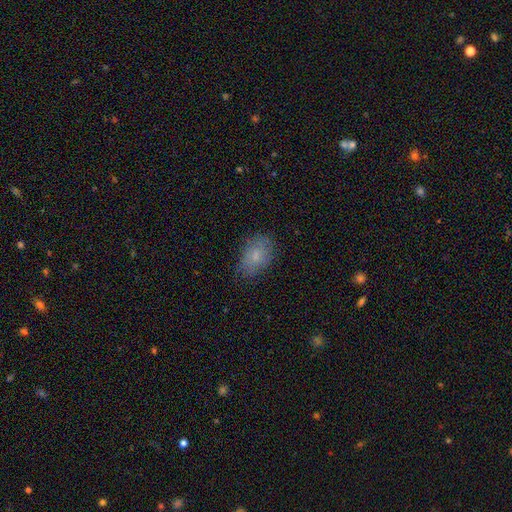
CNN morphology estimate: smooth_or_featured: smooth (p=0.75) [alt: featured or disk p=0.16]
how_rounded: in between (p=0.85) [alt: round p=0.14]
merging: none (p=0.73) [alt: minor disturbance p=0.20]